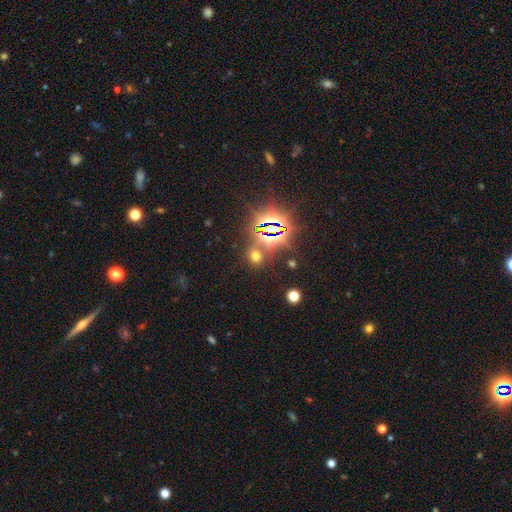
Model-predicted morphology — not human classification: type=star or artifact (51%).